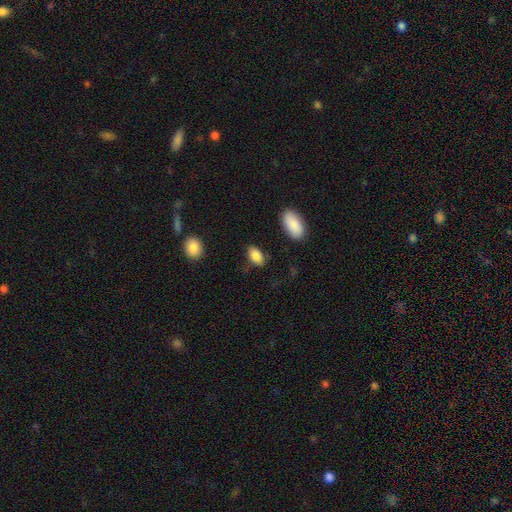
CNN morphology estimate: This appears to be a smooth galaxy with no disk features (87%) that is in between round and cigar-shaped (92%). Merging: none (81%).